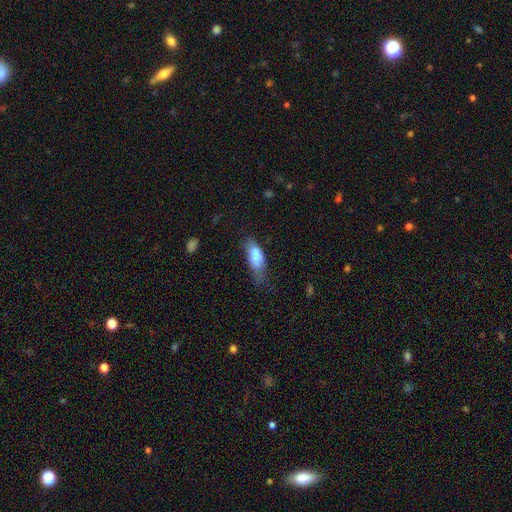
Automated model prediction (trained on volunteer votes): The model was most divided on "merging": minor disturbance: 37%, none: 33%, major disturbance: 24%, merger: 6%. More confident: how rounded — in between (78%); smooth or featured — smooth (78%).